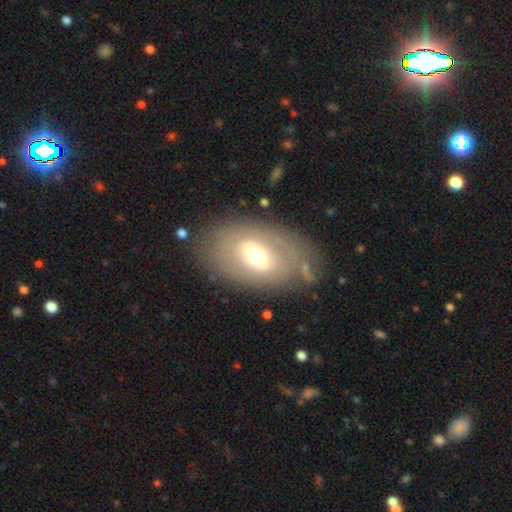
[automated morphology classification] smooth_or_featured: featured or disk (p=0.53) [alt: smooth p=0.39]
disk_edge_on: no (p=0.90) [alt: yes p=0.10]
merging: none (p=0.73) [alt: minor disturbance p=0.15]